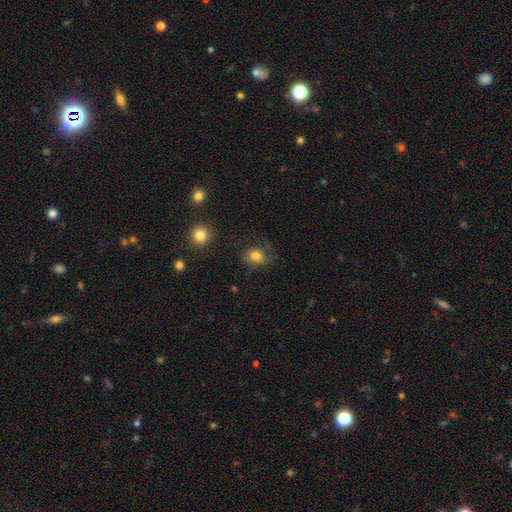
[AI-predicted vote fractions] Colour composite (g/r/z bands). It shows a smooth galaxy with no disk features (80%) that is round (53%). Merging: none (65%).